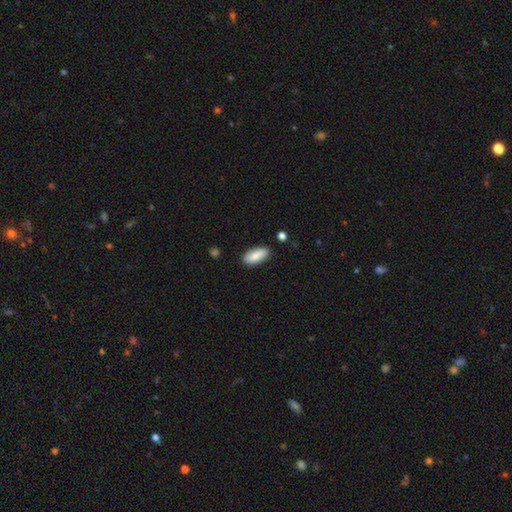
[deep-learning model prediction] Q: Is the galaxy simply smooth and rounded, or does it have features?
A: smooth — 83%.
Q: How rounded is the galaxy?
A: in between — 82%.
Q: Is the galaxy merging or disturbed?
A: none — 85%.